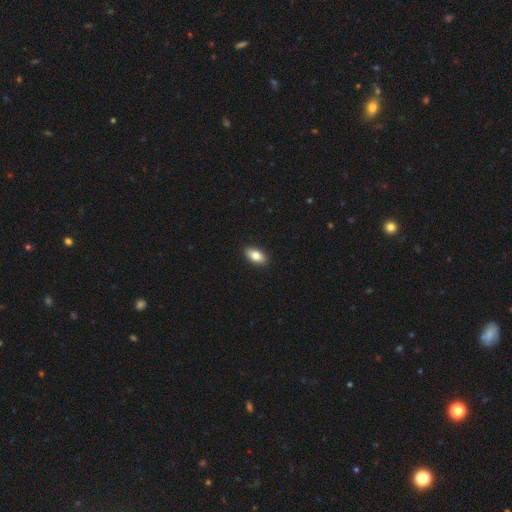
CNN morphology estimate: This is clearly a smooth galaxy (82%). How rounded: clearly in between (91%). Merging: clearly none (91%).